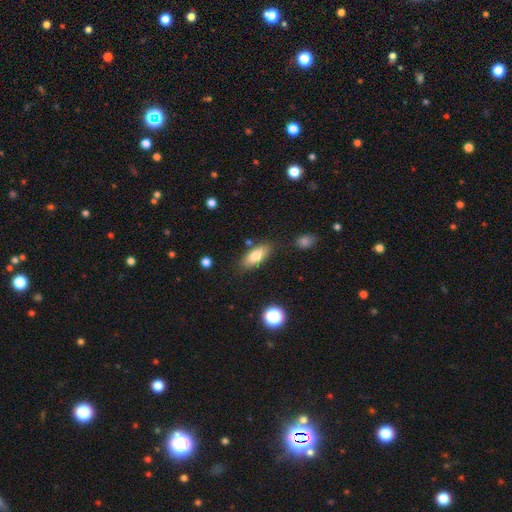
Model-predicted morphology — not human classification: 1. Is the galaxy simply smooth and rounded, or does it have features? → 79% smooth, 13% featured or disk, 8% star or artifact.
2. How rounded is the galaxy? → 80% in between, 17% cigar-shaped, 3% round.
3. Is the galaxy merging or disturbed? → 78% none, 13% minor disturbance, 5% merger, 3% major disturbance.